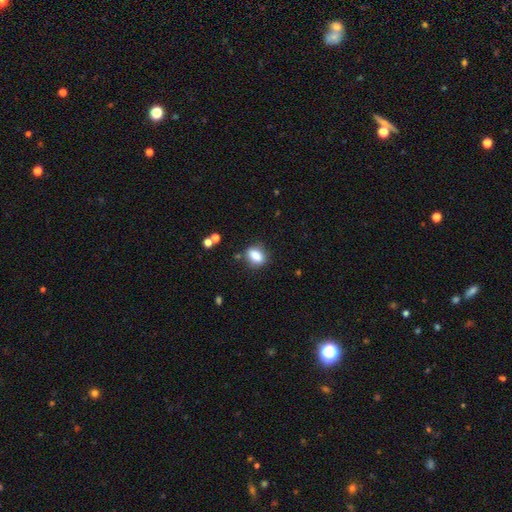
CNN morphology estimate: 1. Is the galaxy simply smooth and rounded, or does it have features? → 84% smooth, 9% star or artifact, 7% featured or disk.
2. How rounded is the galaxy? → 73% in between, 23% round, 3% cigar-shaped.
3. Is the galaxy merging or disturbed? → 78% none, 15% minor disturbance, 4% major disturbance, 3% merger.